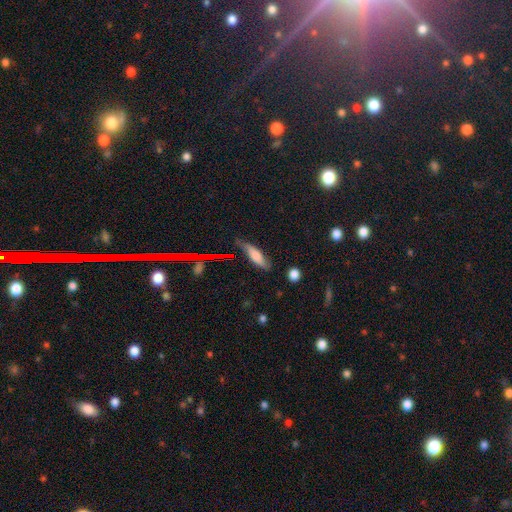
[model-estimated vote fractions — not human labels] A smooth galaxy with no disk features (59%) that is cigar-shaped (54%).

Vote fractions:
- Smooth or featured? smooth: 59% / featured or disk: 31% / star or artifact: 10%
- How rounded? cigar-shaped: 54% / in between: 43% / round: 3%
- Merging? none: 68% / minor disturbance: 24% / major disturbance: 5% / merger: 3%